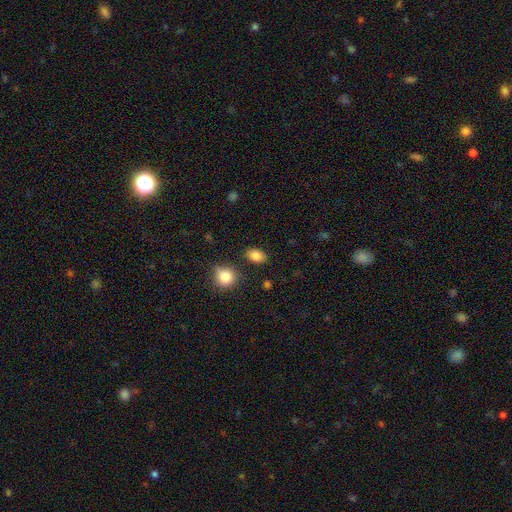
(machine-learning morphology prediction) Smooth or featured? Predicted: smooth (p=0.85). How rounded? Predicted: in between (p=0.79). Merging? Predicted: none (p=0.84).